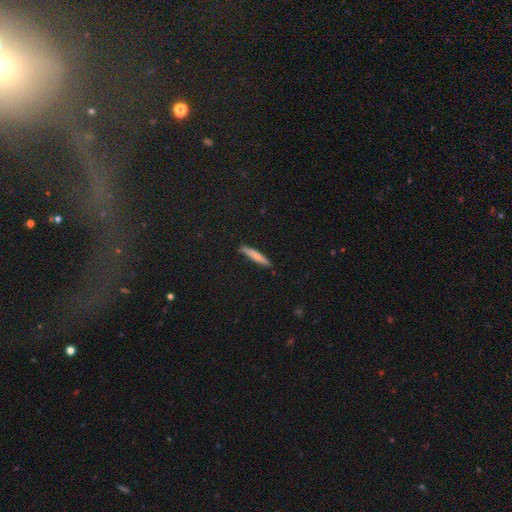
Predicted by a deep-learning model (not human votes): smooth 73%, featured or disk 21%, star or artifact 7%. Down the decision tree: how rounded — cigar-shaped (92%); merging — none (86%).